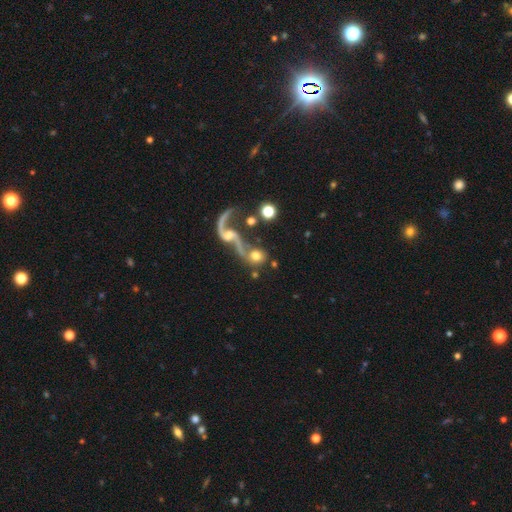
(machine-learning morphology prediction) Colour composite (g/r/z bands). It shows a smooth galaxy with no disk features (57%) that is round (86%). Merging: none (47%).